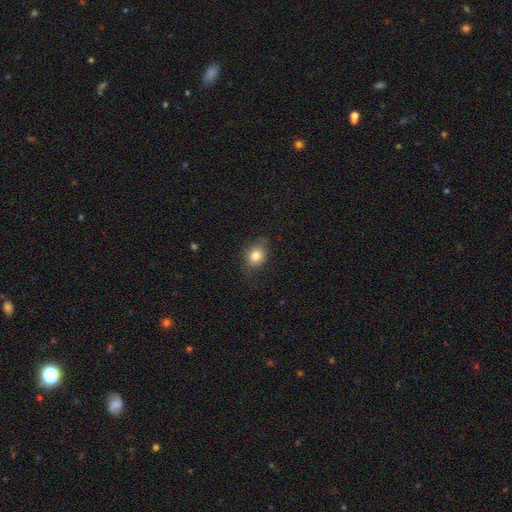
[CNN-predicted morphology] smooth 80%, featured or disk 10%, star or artifact 10%. Down the decision tree: how rounded — round (50%); merging — none (70%).